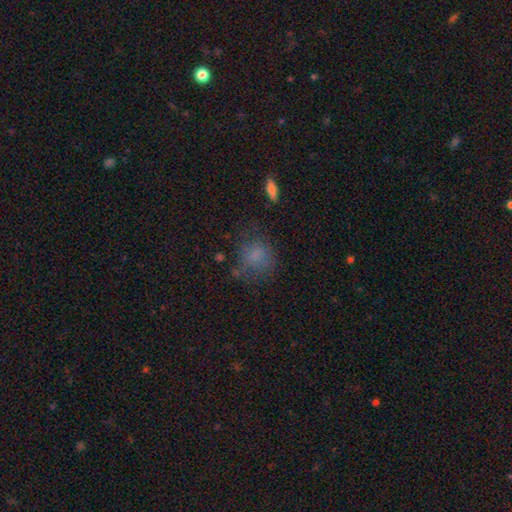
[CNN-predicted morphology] Smooth or featured? Predicted: smooth (p=0.72). How rounded? Predicted: round (p=0.69). Merging? Predicted: none (p=0.56).